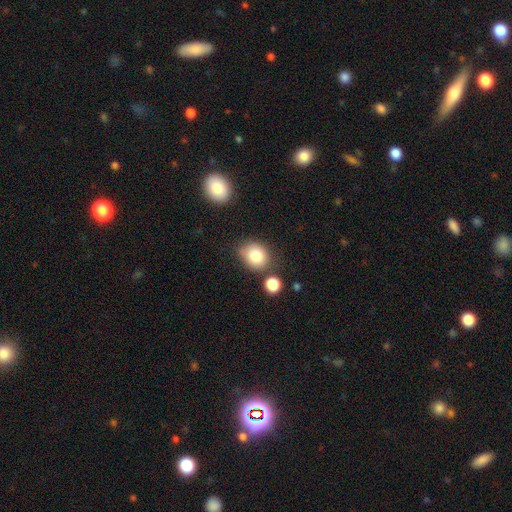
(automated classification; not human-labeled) Overall: smooth (82%). How rounded: round (62%; in between 37%). Merging: none (67%).